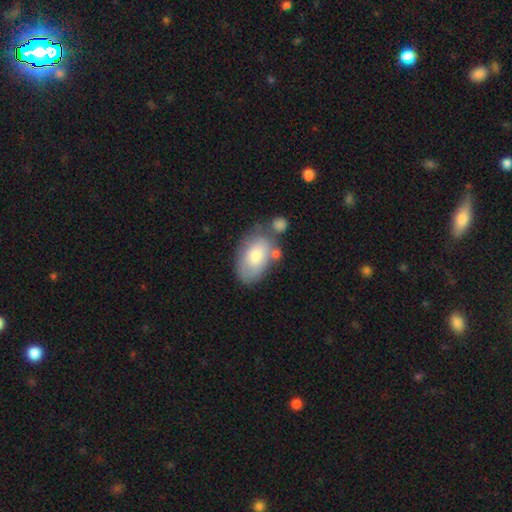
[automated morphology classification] A smooth galaxy with no disk features (69%) that is in between round and cigar-shaped (93%).

Vote fractions:
- Smooth or featured? smooth: 69% / featured or disk: 24% / star or artifact: 7%
- How rounded? in between: 93% / round: 6% / cigar-shaped: 1%
- Merging? none: 54% / minor disturbance: 22% / merger: 17% / major disturbance: 7%